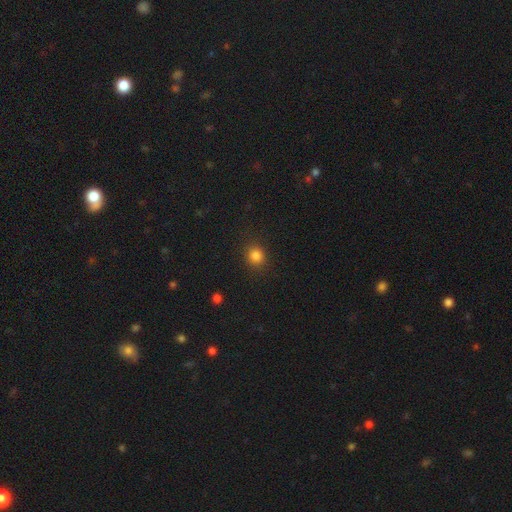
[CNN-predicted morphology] Smooth or featured?
  - smooth: 84% *
  - star or artifact: 12%
  - featured or disk: 4%
How rounded?
  - round: 84% *
  - in between: 15%
  - cigar-shaped: 1%
Merging?
  - none: 89% *
  - minor disturbance: 7%
  - major disturbance: 3%
  - merger: 1%